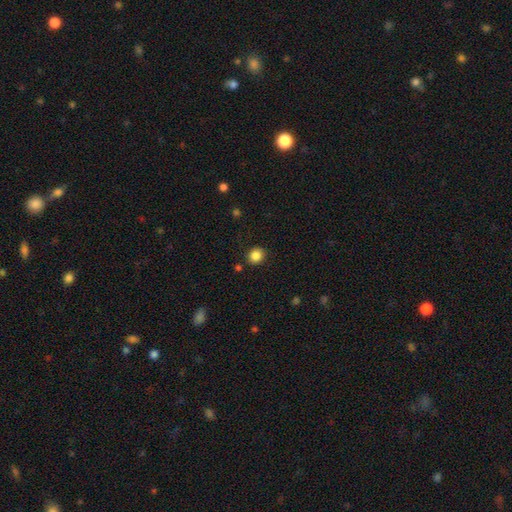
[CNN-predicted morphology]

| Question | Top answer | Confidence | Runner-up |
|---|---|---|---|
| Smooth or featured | smooth | 86% | star or artifact (10%) |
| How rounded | round | 80% | in between (19%) |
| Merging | none | 86% | minor disturbance (9%) |